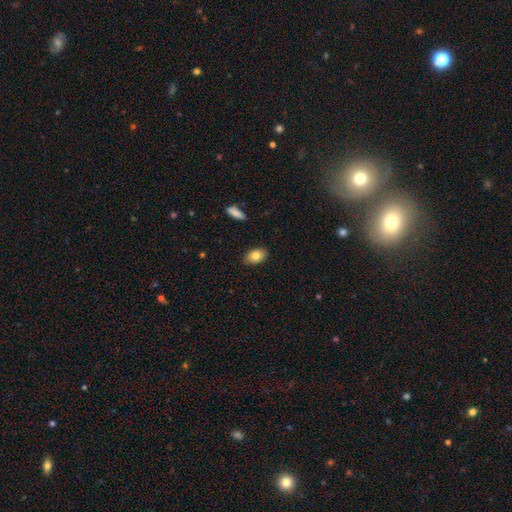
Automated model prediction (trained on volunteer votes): Overall: smooth (82%). How rounded: in between (89%). Merging: none (86%).